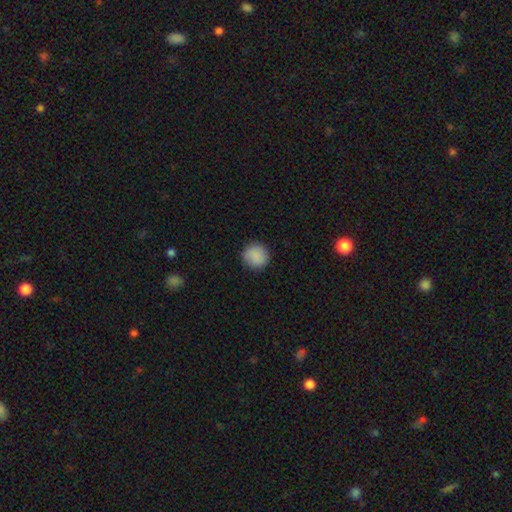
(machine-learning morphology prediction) A smooth galaxy with no disk features (89%) that is round (93%).

Vote fractions:
- Smooth or featured? smooth: 89% / star or artifact: 8% / featured or disk: 4%
- How rounded? round: 93% / in between: 6% / cigar-shaped: 1%
- Merging? none: 89% / minor disturbance: 8% / major disturbance: 2% / merger: 1%